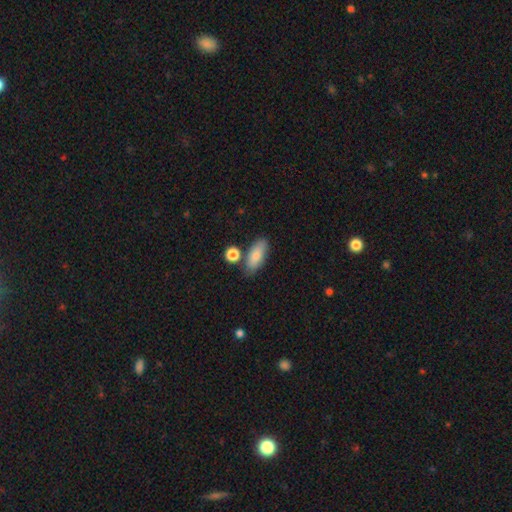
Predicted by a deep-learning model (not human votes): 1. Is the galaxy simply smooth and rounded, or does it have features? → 79% smooth, 14% featured or disk, 7% star or artifact.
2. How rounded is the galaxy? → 79% in between, 17% cigar-shaped, 4% round.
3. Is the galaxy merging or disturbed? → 71% none, 15% minor disturbance, 10% merger, 4% major disturbance.